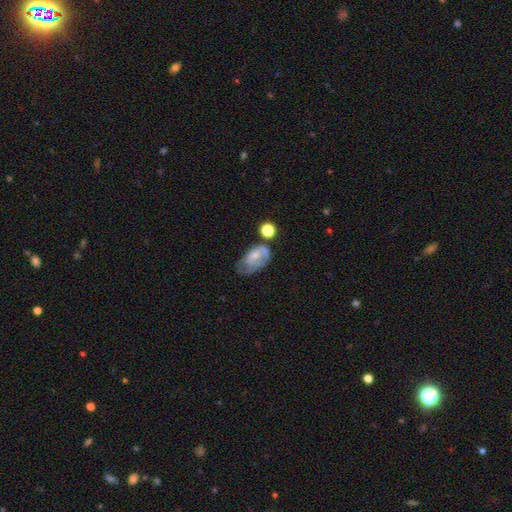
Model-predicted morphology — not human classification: Q: Smooth or featured?
A: smooth (49%); runner-up: featured or disk (42%)
Q: Merging?
A: major disturbance (32%); tied with: minor disturbance (32%)